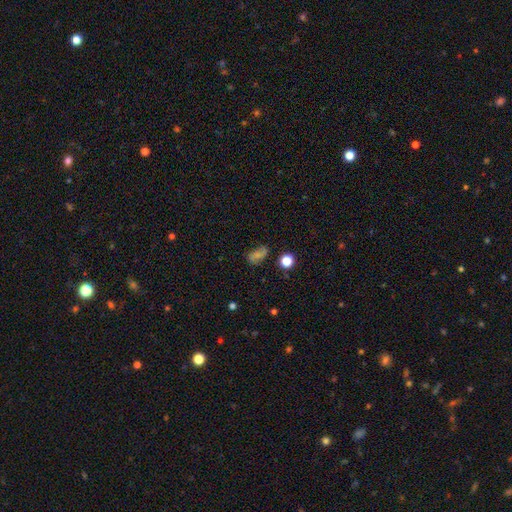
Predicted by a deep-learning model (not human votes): Q: Smooth or featured?
A: smooth (45%); runner-up: featured or disk (33%)
Q: Merging?
A: none (62%); runner-up: minor disturbance (22%)